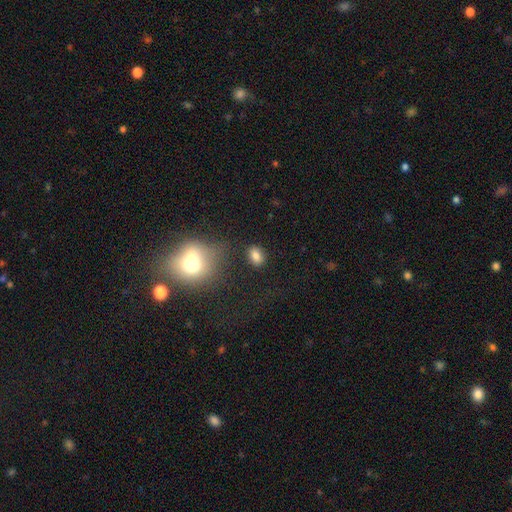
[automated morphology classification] The model was most divided on "how rounded": in between: 70%, round: 28%, cigar-shaped: 2%. More confident: smooth or featured — smooth (81%); merging — none (80%).